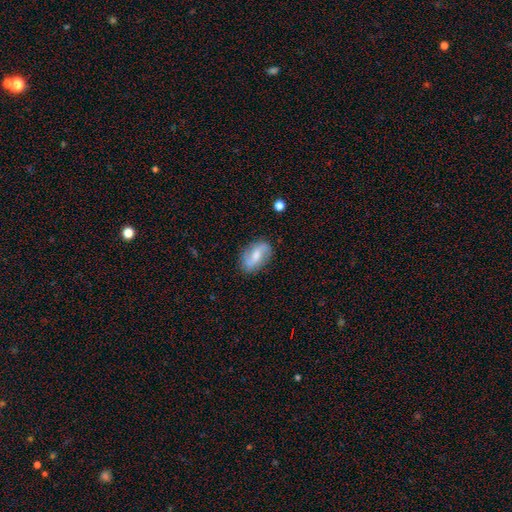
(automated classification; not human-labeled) smooth_or_featured: featured or disk (p=0.53) [alt: smooth p=0.40]
disk_edge_on: no (p=0.95) [alt: yes p=0.05]
bar: weak (p=0.49) [alt: no p=0.30]
has_spiral_arms: yes (p=0.83) [alt: no p=0.17]
bulge_size: moderate (p=0.50) [alt: small p=0.31]
merging: none (p=0.79) [alt: minor disturbance p=0.15]